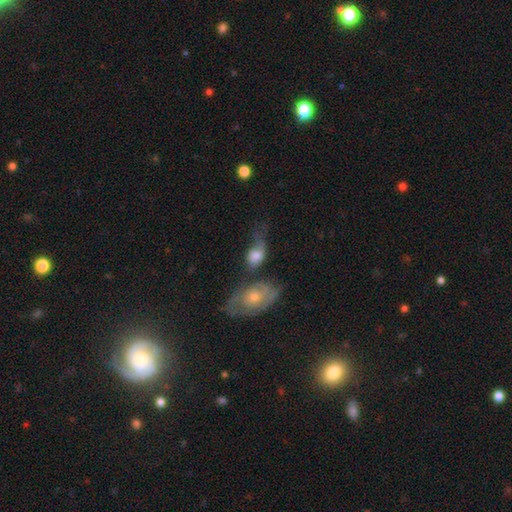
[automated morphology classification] smooth_or_featured: smooth (p=0.56) [alt: featured or disk p=0.36]
how_rounded: in between (p=0.72) [alt: round p=0.25]
merging: merger (p=0.32) [alt: major disturbance p=0.25]